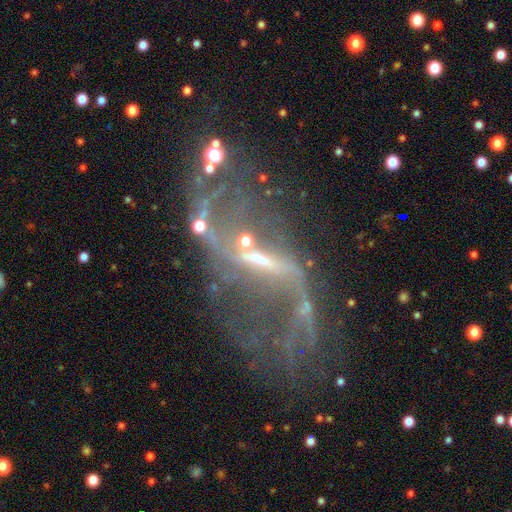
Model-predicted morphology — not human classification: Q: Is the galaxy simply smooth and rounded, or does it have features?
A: featured or disk — 79%.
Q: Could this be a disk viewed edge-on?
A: no — 92%.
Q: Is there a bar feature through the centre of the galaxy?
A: strong — 48%.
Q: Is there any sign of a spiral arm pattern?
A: yes — 74%.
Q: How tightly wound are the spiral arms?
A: loose — 86%.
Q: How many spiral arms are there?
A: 2 — 77%.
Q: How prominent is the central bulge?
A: small — 44%.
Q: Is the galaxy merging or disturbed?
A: none — 38%.